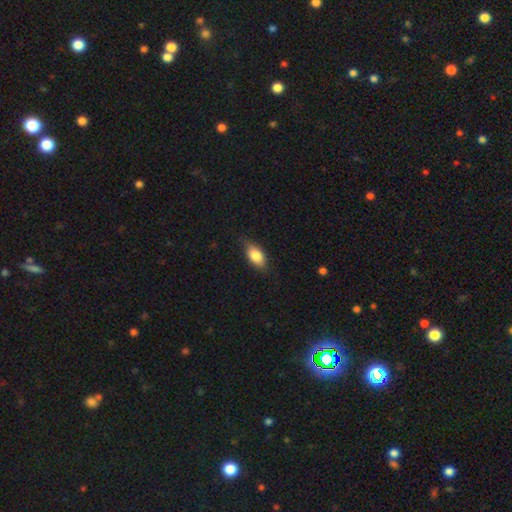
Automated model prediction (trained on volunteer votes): Smooth or featured: smooth — 82% (featured or disk — 11%)
How rounded: in between — 88% (cigar-shaped — 7%)
Merging: none — 80% (minor disturbance — 16%)